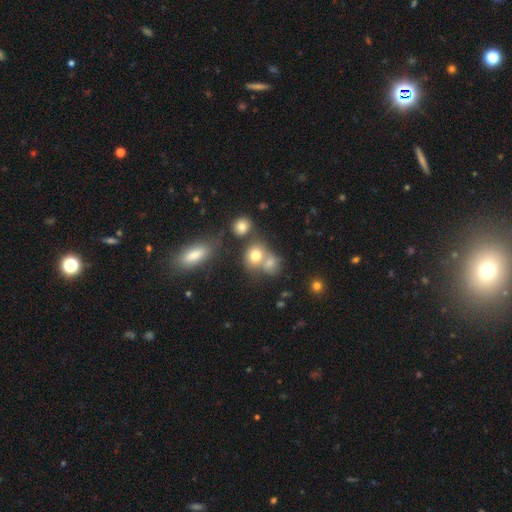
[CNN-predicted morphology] smooth_or_featured: smooth (p=0.74) [alt: featured or disk p=0.13]
how_rounded: round (p=0.65) [alt: in between p=0.33]
merging: merger (p=0.45) [alt: none p=0.39]